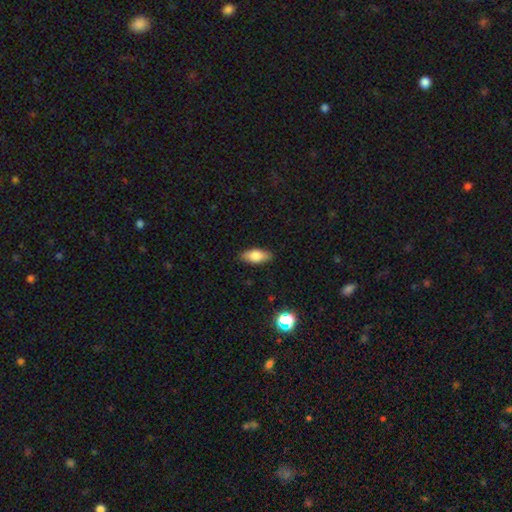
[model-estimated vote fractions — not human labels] smooth 79%, featured or disk 13%, star or artifact 8%. Down the decision tree: how rounded — in between (84%); merging — none (88%).